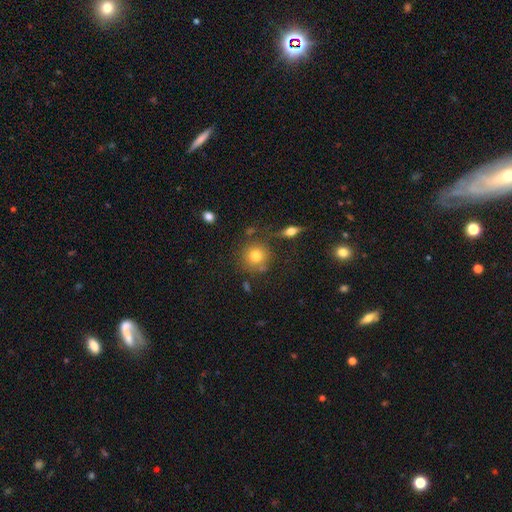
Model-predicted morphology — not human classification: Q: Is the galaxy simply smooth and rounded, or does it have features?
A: smooth — 76%.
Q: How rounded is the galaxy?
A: round — 91%.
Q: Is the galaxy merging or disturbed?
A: none — 77%.